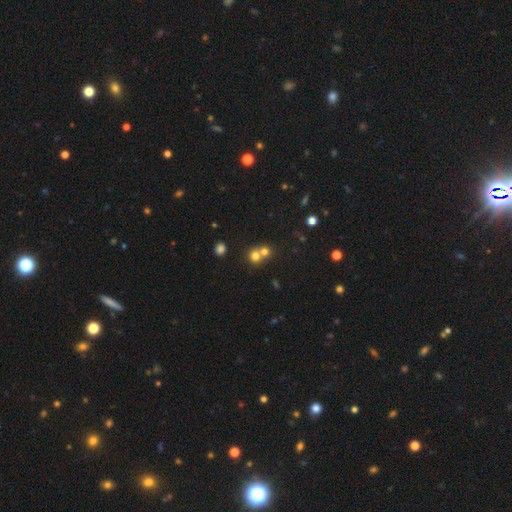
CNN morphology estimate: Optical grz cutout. It shows a smooth galaxy with no disk features (73%) that is round (85%). Merging: merger (52%).